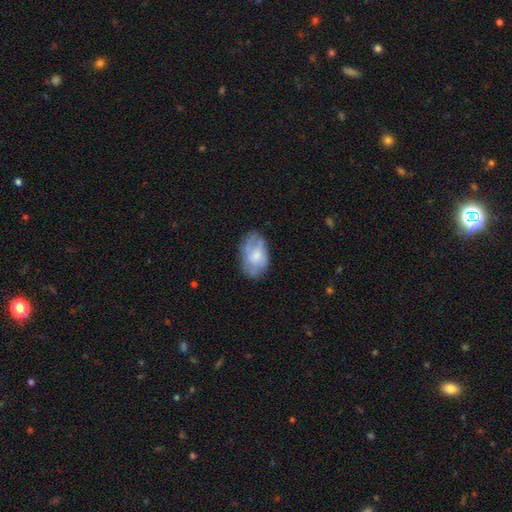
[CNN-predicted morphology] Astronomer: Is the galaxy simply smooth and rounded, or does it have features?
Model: smooth — 51% (runner-up: featured or disk, 41%).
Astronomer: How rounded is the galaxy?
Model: in between — 88%.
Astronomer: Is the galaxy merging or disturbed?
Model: none — 57%.